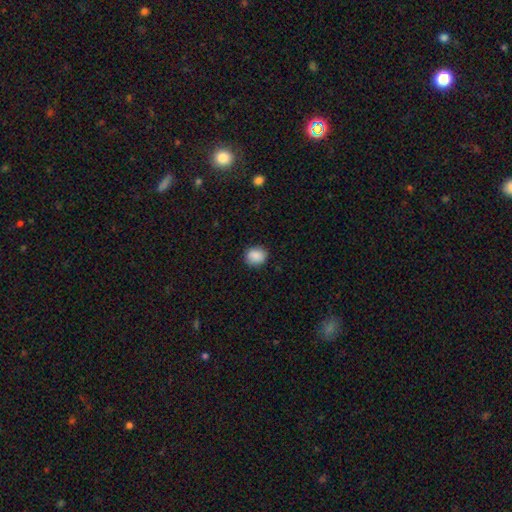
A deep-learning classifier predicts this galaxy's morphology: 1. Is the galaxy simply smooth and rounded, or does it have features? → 88% smooth, 8% star or artifact, 4% featured or disk.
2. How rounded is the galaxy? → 69% round, 30% in between, 1% cigar-shaped.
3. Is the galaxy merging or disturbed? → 89% none, 8% minor disturbance, 2% major disturbance, 1% merger.